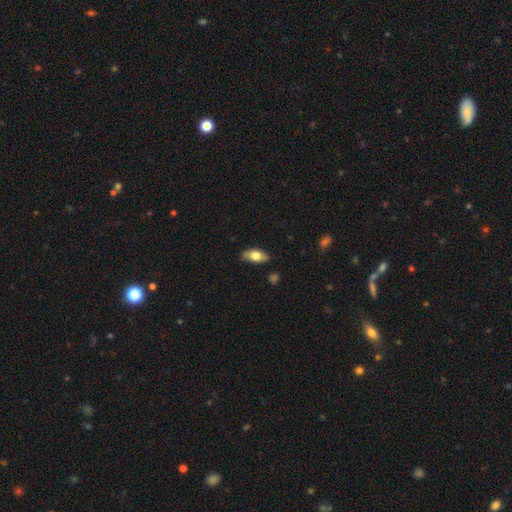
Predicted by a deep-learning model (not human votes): A smooth galaxy with no disk features (70%) that is in between round and cigar-shaped (88%). Merging: none (80%).